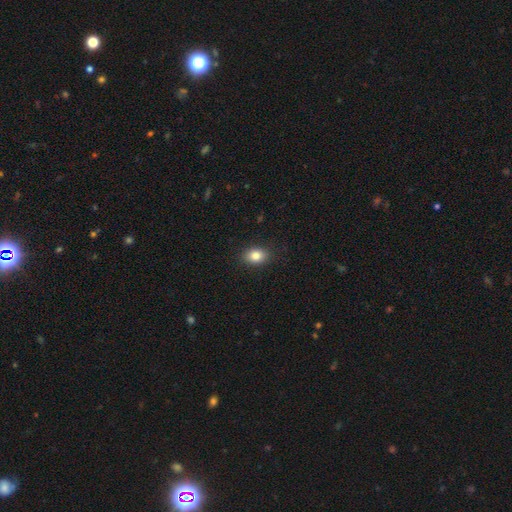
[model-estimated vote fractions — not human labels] Smooth or featured?
  - smooth: 84% *
  - star or artifact: 9%
  - featured or disk: 7%
How rounded?
  - in between: 72% *
  - round: 27%
  - cigar-shaped: 1%
Merging?
  - none: 88% *
  - minor disturbance: 9%
  - major disturbance: 2%
  - merger: 1%